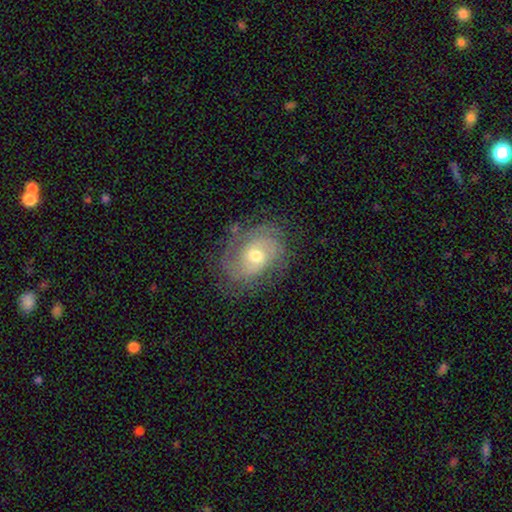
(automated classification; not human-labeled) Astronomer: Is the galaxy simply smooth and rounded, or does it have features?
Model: featured or disk — 73%.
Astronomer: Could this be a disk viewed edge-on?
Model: no — 96%.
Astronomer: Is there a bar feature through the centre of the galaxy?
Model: no — 66%.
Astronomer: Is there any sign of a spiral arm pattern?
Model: yes — 87%.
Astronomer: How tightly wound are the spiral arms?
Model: tight — 53% (runner-up: medium, 34%).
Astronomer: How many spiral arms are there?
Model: can't tell — 37%, tied with 2 at 37%.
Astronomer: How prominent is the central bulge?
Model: moderate — 64%.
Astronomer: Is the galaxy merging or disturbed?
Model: none — 70%.